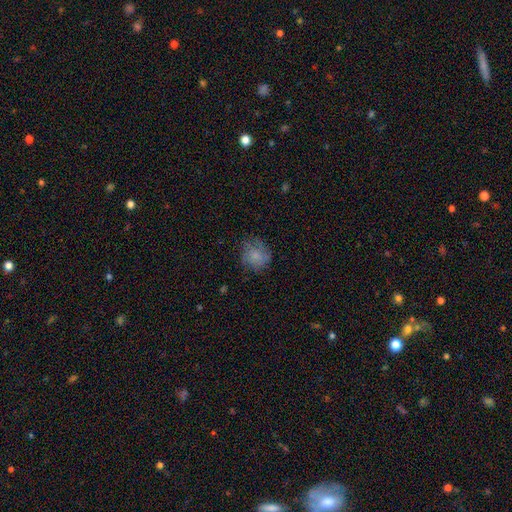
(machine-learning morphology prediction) The model was most divided on "merging": none: 65%, minor disturbance: 23%, major disturbance: 11%, merger: 1%. More confident: how rounded — round (80%); smooth or featured — smooth (69%).